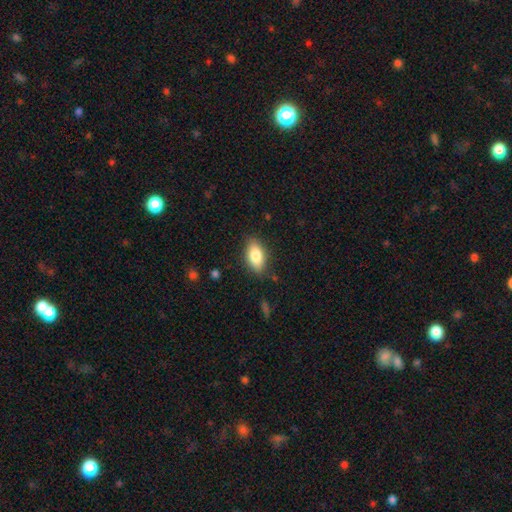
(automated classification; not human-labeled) Smooth or featured?
  - smooth: 82% *
  - featured or disk: 11%
  - star or artifact: 7%
How rounded?
  - in between: 90% *
  - cigar-shaped: 6%
  - round: 4%
Merging?
  - none: 84% *
  - minor disturbance: 12%
  - major disturbance: 3%
  - merger: 1%